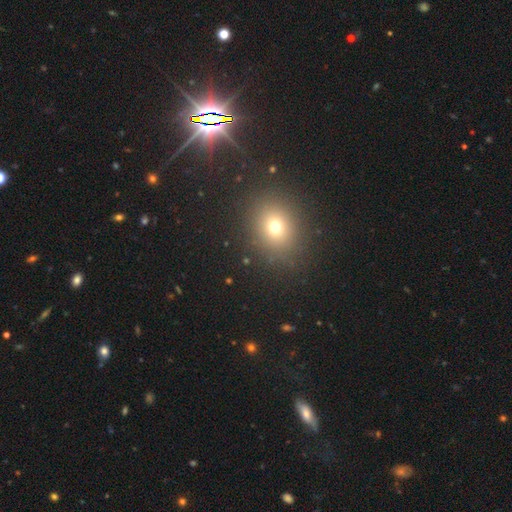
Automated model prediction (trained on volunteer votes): Q: Smooth or featured?
A: smooth (55%); runner-up: star or artifact (37%)
Q: How rounded?
A: round (61%); runner-up: in between (37%)
Q: Merging?
A: none (89%); runner-up: minor disturbance (6%)